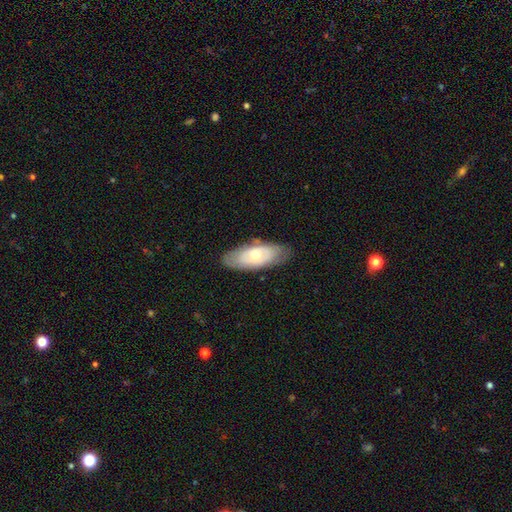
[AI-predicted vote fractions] Smooth or featured? Predicted: smooth (p=0.48). Merging? Predicted: none (p=0.78).